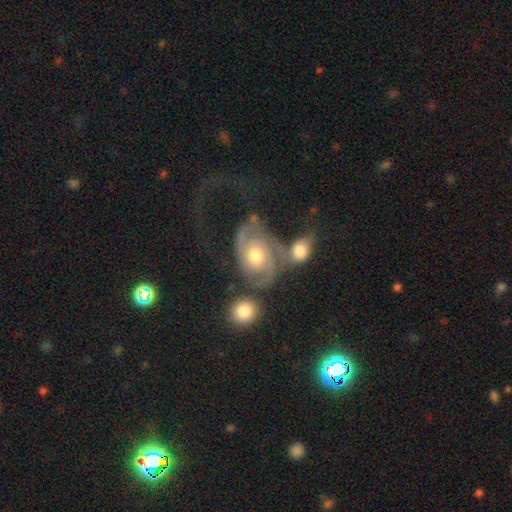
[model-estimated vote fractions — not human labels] Overall: featured or disk (84%). Edge-on disk: no (97%). Bar: no (72%). Spiral arms: yes (95%). Spiral arm count: 2 (76%). Spiral winding: medium (43%; tight 41%). Bulge size: moderate (71%). Merging: none (34%; merger 33%).